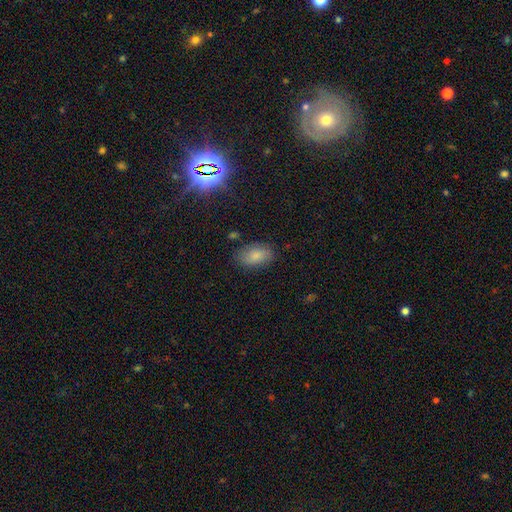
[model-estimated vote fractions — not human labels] Overall: smooth (81%). How rounded: in between (92%). Merging: none (80%).